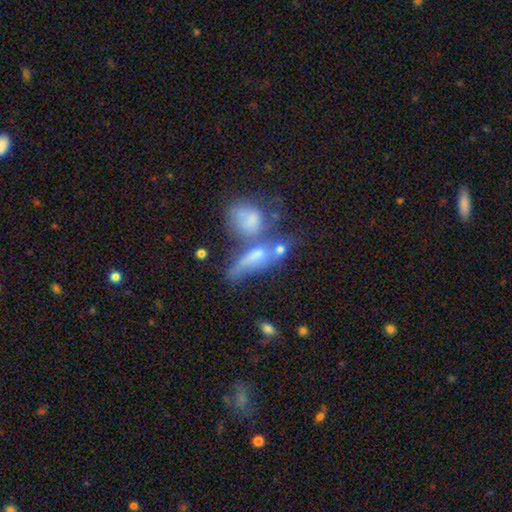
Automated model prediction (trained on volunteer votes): Smooth or featured? Predicted: smooth (p=0.53). How rounded? Predicted: in between (p=0.49). Merging? Predicted: merger (p=0.48).